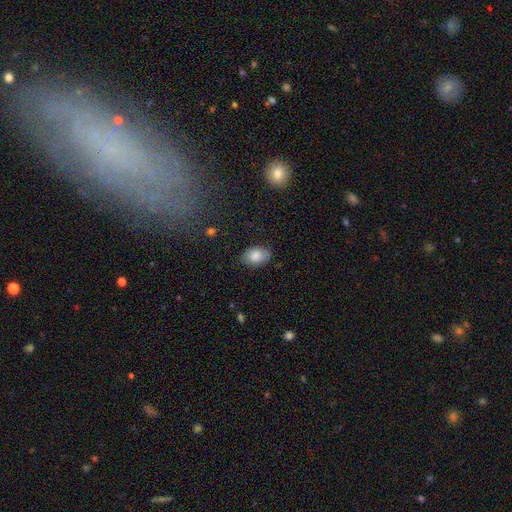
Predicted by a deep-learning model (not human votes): Morphology: type=smooth (83%); roundness=in between (88%); merging=none (81%).